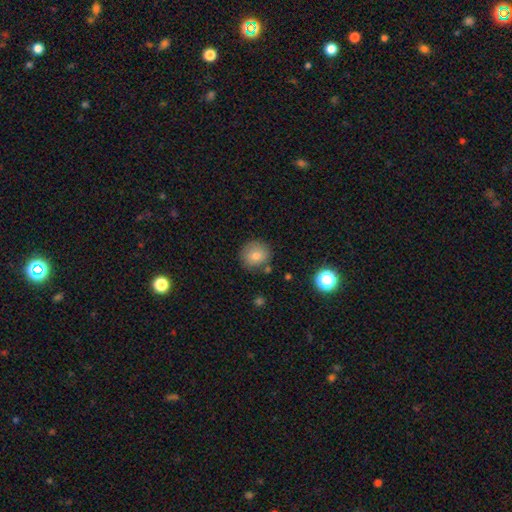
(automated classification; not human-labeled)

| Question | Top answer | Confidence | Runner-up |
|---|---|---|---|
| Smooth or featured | smooth | 78% | star or artifact (12%) |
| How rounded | round | 90% | in between (9%) |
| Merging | none | 82% | minor disturbance (11%) |